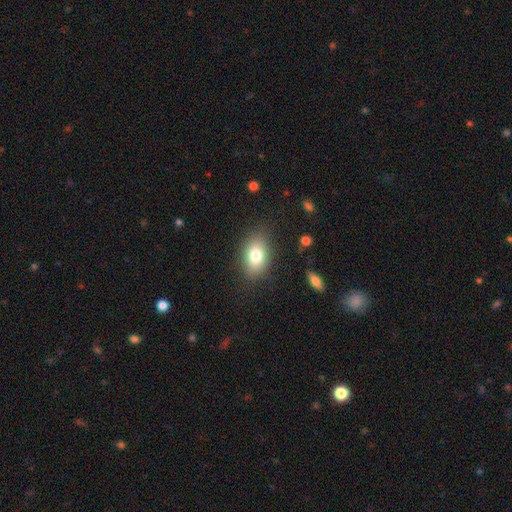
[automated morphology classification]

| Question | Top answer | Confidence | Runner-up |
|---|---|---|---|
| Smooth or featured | smooth | 79% | featured or disk (13%) |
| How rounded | in between | 85% | round (14%) |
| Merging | none | 83% | minor disturbance (12%) |